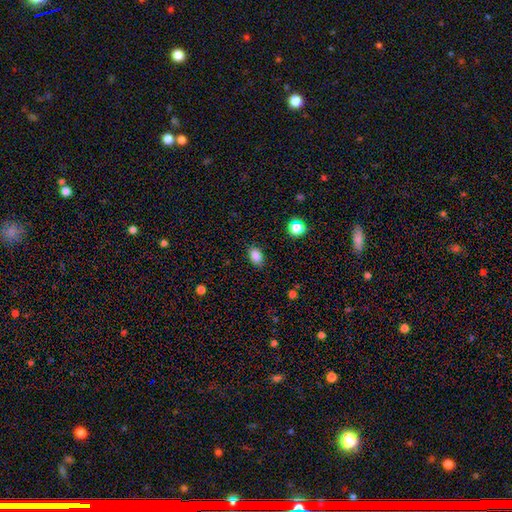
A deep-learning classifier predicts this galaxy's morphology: type=smooth (85%); roundness=in between (83%); merging=none (84%).